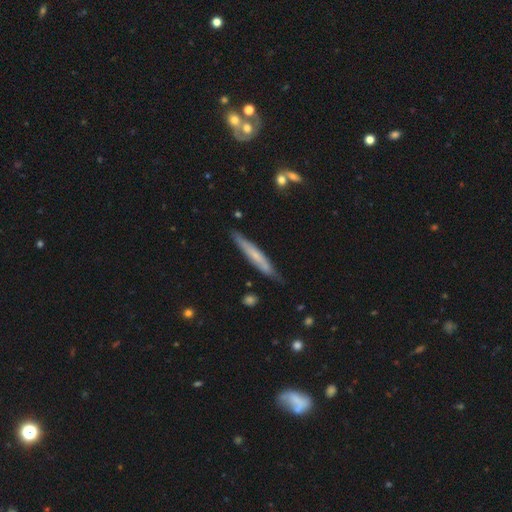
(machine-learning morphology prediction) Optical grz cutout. It shows a smooth galaxy with no disk features (51%) that is cigar-shaped (94%). Merging: none (78%).